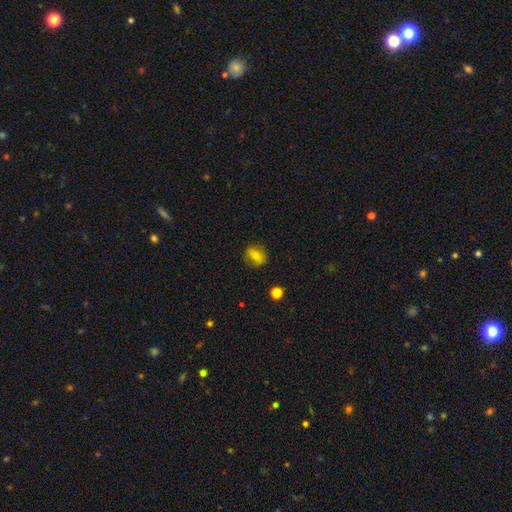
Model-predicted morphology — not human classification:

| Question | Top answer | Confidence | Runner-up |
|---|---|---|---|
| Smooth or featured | smooth | 70% | featured or disk (20%) |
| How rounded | round | 53% | in between (44%) |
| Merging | none | 82% | minor disturbance (13%) |